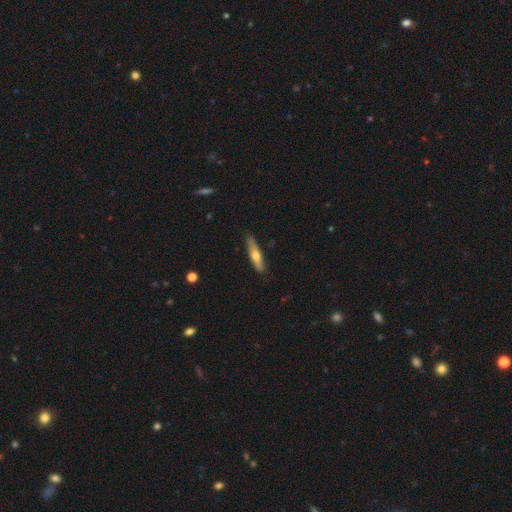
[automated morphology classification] smooth_or_featured: smooth (p=0.54) [alt: featured or disk p=0.40]
how_rounded: cigar-shaped (p=0.79) [alt: in between p=0.19]
merging: none (p=0.87) [alt: minor disturbance p=0.10]